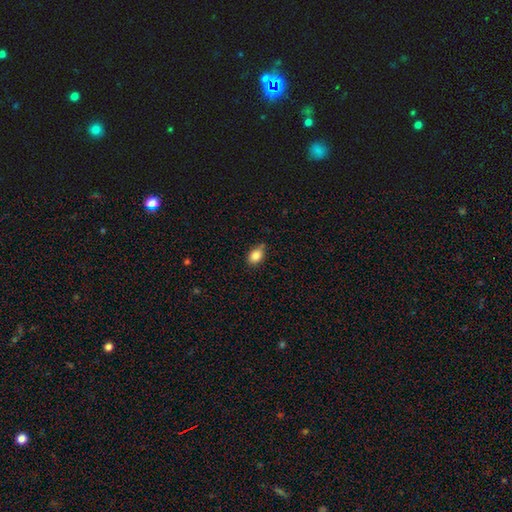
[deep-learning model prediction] A smooth galaxy with no disk features (86%) that is in between round and cigar-shaped (80%).

Vote fractions:
- Smooth or featured? smooth: 86% / star or artifact: 8% / featured or disk: 5%
- How rounded? in between: 80% / round: 19% / cigar-shaped: 2%
- Merging? none: 73% / minor disturbance: 21% / major disturbance: 3% / merger: 3%